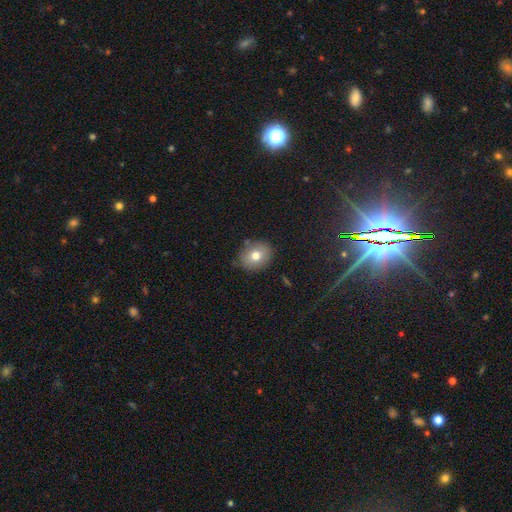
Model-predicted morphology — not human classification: Overall: smooth (73%). How rounded: round (63%; in between 36%). Merging: none (81%).